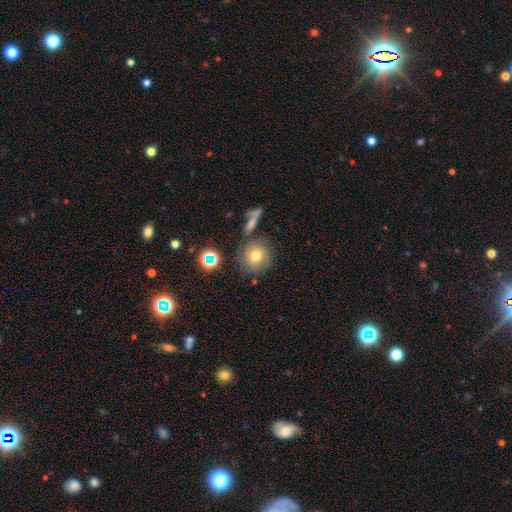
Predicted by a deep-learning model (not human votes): A smooth galaxy with no disk features (72%) that is round (90%). Merging: none (74%).